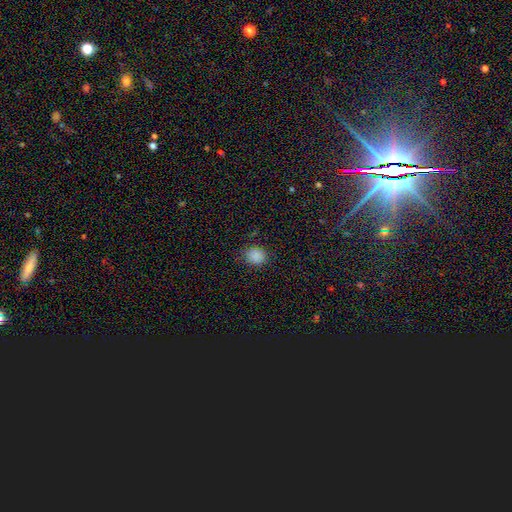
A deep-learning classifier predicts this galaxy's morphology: A smooth galaxy with no disk features (85%) that is round (72%).

Vote fractions:
- Smooth or featured? smooth: 85% / star or artifact: 12% / featured or disk: 3%
- How rounded? round: 72% / in between: 27% / cigar-shaped: 1%
- Merging? none: 84% / minor disturbance: 12% / major disturbance: 3% / merger: 1%